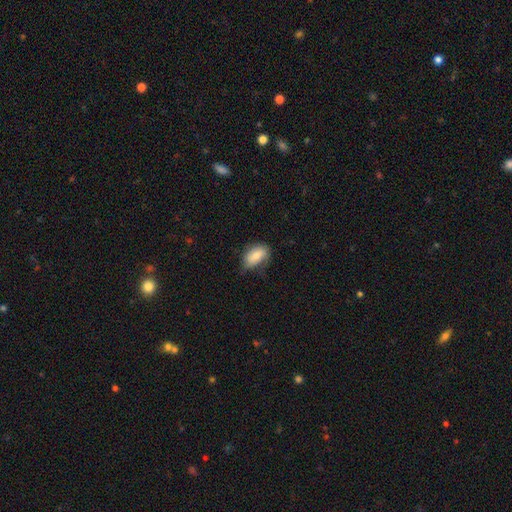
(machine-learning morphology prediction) A smooth galaxy with no disk features (74%) that is in between round and cigar-shaped (90%). Merging: none (57%).